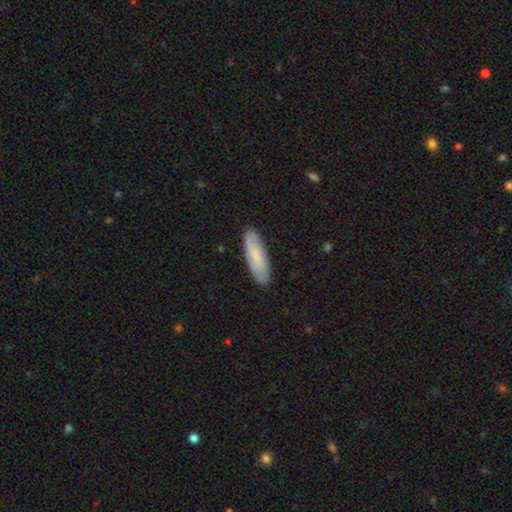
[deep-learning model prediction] A smooth galaxy with no disk features (77%) that is cigar-shaped (54%).

Vote fractions:
- Smooth or featured? smooth: 77% / featured or disk: 18% / star or artifact: 6%
- How rounded? cigar-shaped: 54% / in between: 45% / round: 1%
- Merging? none: 87% / minor disturbance: 10% / major disturbance: 2% / merger: 1%